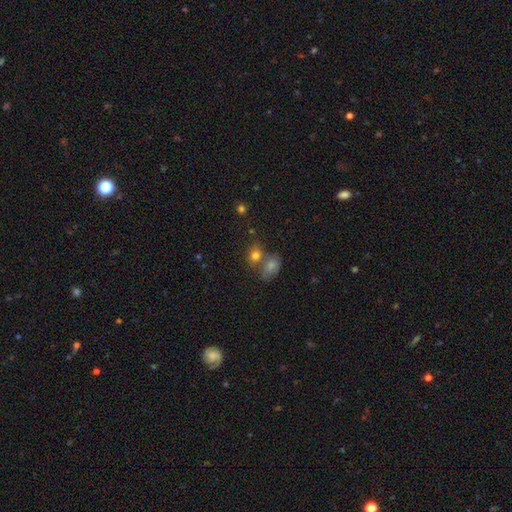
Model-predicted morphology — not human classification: smooth-or-featured: smooth: 77% | star or artifact: 12% | featured or disk: 10%
  how-rounded: in between: 54% | round: 44% | cigar-shaped: 2%
  merging: none: 42% (tied) | merger: 42% (tied) | minor disturbance: 12% | major disturbance: 5%